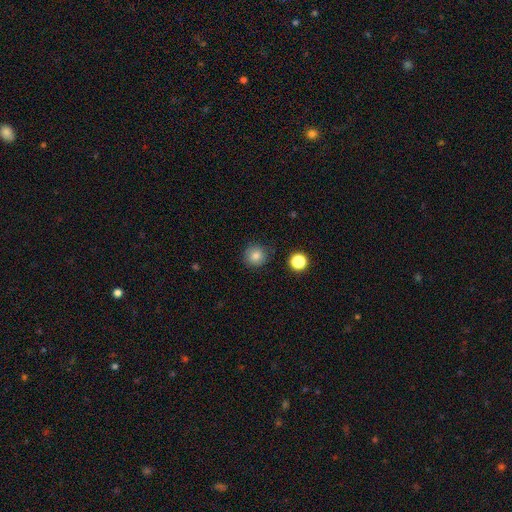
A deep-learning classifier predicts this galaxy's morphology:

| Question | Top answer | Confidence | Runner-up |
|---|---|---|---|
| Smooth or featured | smooth | 82% | star or artifact (11%) |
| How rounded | round | 91% | in between (8%) |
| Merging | none | 85% | minor disturbance (10%) |